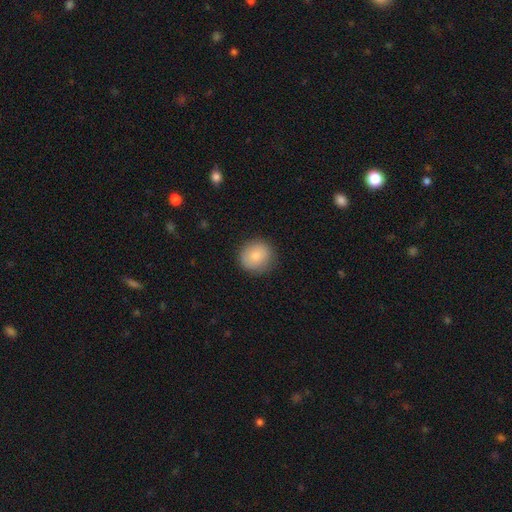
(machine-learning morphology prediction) A smooth galaxy with no disk features (80%) that is round (90%).

Vote fractions:
- Smooth or featured? smooth: 80% / featured or disk: 12% / star or artifact: 8%
- How rounded? round: 90% / in between: 9% / cigar-shaped: 1%
- Merging? none: 87% / minor disturbance: 10% / major disturbance: 3% / merger: 1%